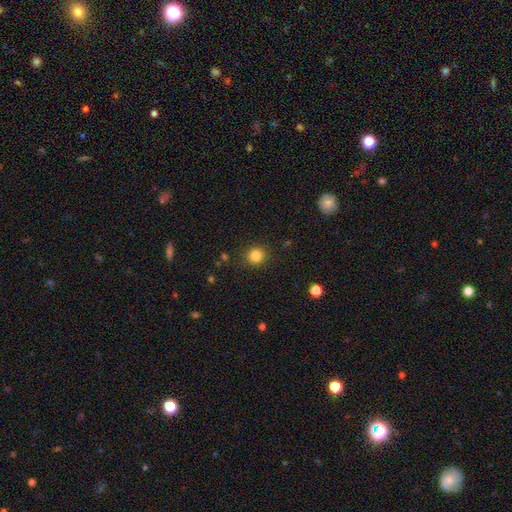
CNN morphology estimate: The model was most divided on "smooth or featured": smooth: 84%, star or artifact: 12%, featured or disk: 4%. More confident: how rounded — round (90%); merging — none (89%).